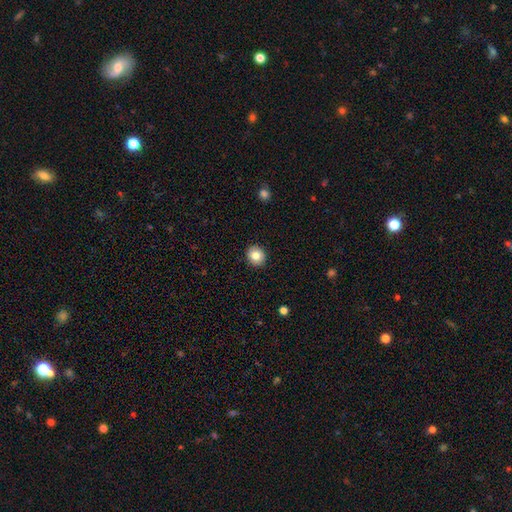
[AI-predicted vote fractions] Overall: smooth (82%). How rounded: round (83%). Merging: none (91%).